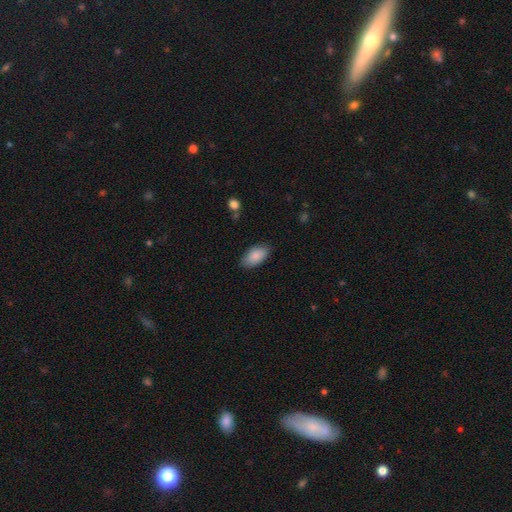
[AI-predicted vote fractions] A smooth galaxy with no disk features (87%) that is in between round and cigar-shaped (94%).

Vote fractions:
- Smooth or featured? smooth: 87% / featured or disk: 7% / star or artifact: 6%
- How rounded? in between: 94% / cigar-shaped: 3% / round: 3%
- Merging? none: 82% / minor disturbance: 14% / major disturbance: 3% / merger: 1%